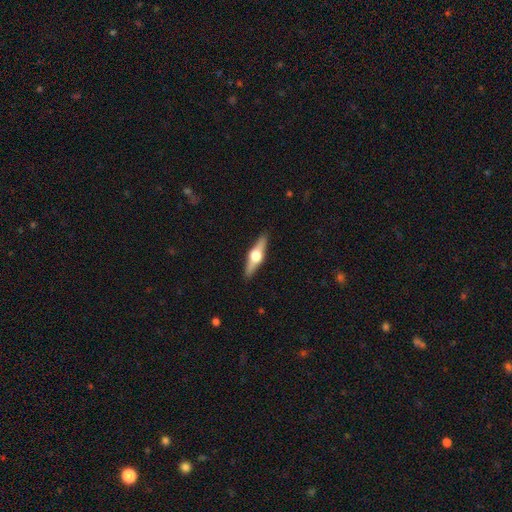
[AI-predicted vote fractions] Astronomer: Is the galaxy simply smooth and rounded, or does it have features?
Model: featured or disk — 70%.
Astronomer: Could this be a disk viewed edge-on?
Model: yes — 97%.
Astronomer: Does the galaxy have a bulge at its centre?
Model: rounded — 95%.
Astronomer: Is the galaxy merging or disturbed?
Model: none — 90%.